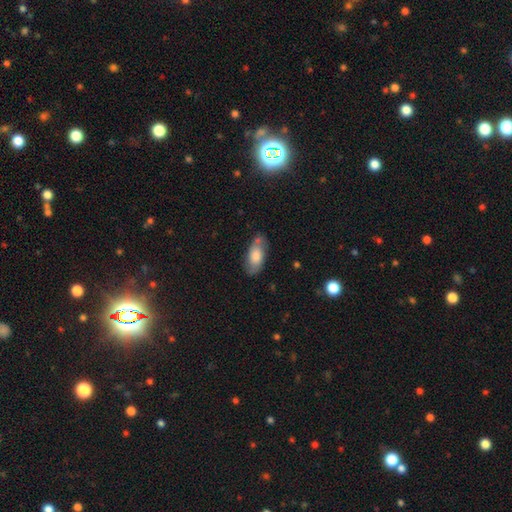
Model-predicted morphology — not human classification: Smooth or featured?
  - smooth: 61% *
  - featured or disk: 31%
  - star or artifact: 7%
How rounded?
  - in between: 88% *
  - cigar-shaped: 9%
  - round: 3%
Merging?
  - none: 71% *
  - minor disturbance: 21%
  - major disturbance: 5%
  - merger: 4%